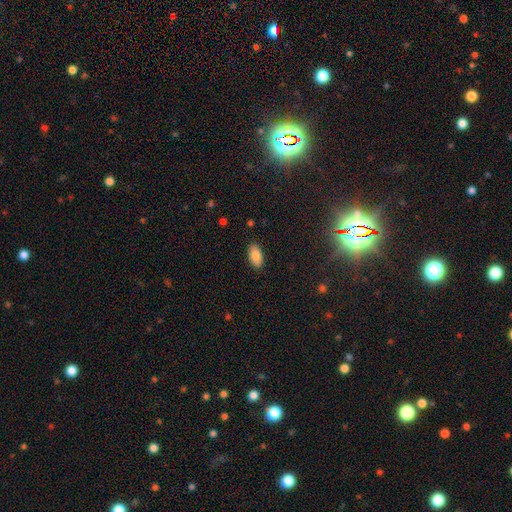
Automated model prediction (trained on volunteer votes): This is clearly a smooth galaxy (85%). How rounded: clearly in between (94%). Merging: clearly none (87%).